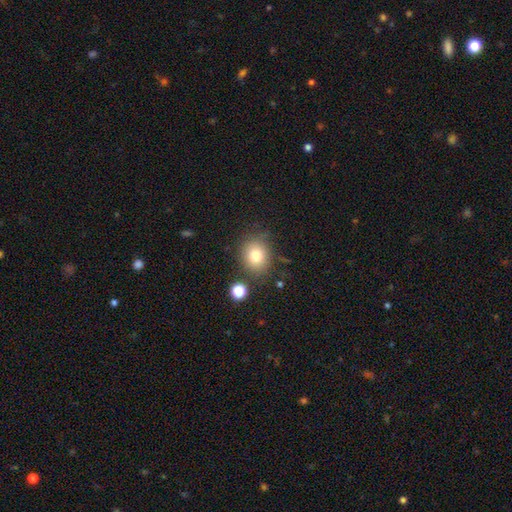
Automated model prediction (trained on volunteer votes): Morphology: type=smooth (79%); roundness=round (68%); merging=none (78%).